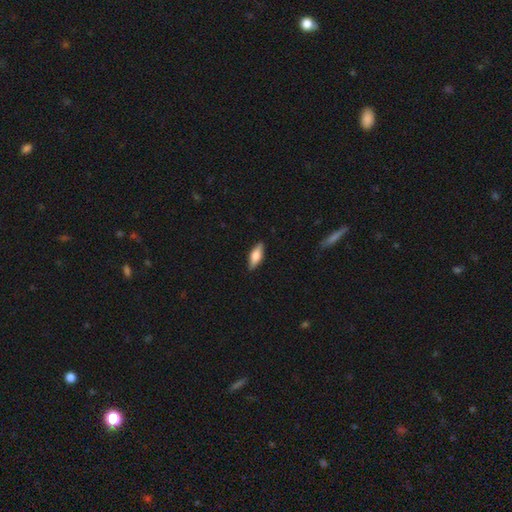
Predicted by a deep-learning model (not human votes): Smooth or featured? smooth (67%)
How rounded? in between (68%)
Merging? none (87%)